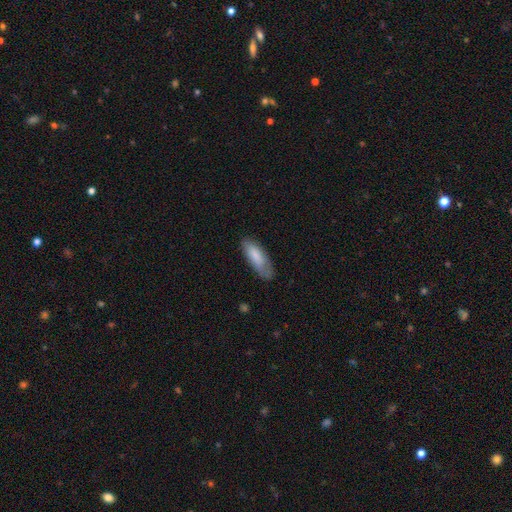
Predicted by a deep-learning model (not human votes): This appears to be a smooth galaxy with no disk features (79%) that is in between round and cigar-shaped (65%). Merging: none (70%).